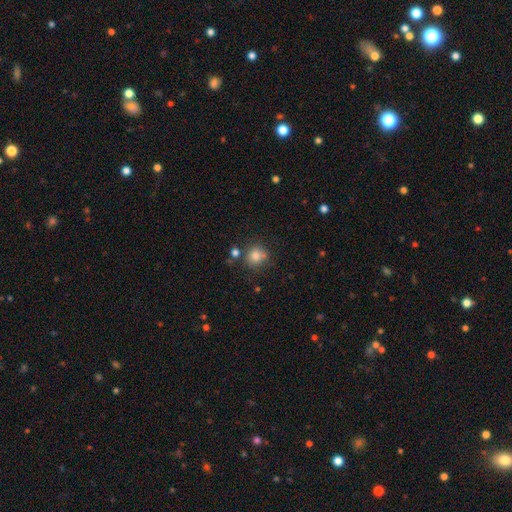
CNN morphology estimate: smooth_or_featured: smooth (p=0.81) [alt: star or artifact p=0.11]
how_rounded: round (p=0.87) [alt: in between p=0.12]
merging: none (p=0.71) [alt: minor disturbance p=0.14]